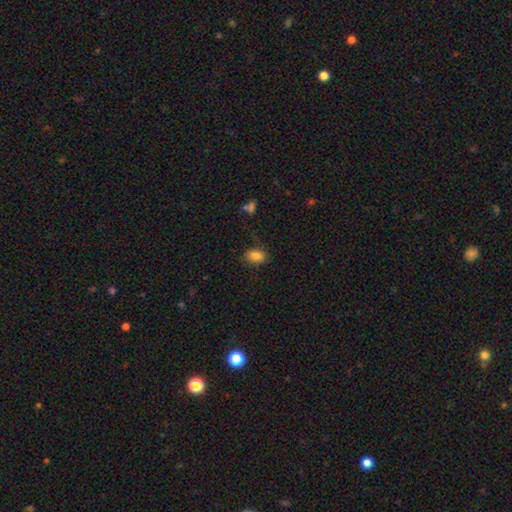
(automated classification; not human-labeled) This appears to be a smooth galaxy with no disk features (84%) that is in between round and cigar-shaped (81%). Merging: none (79%).